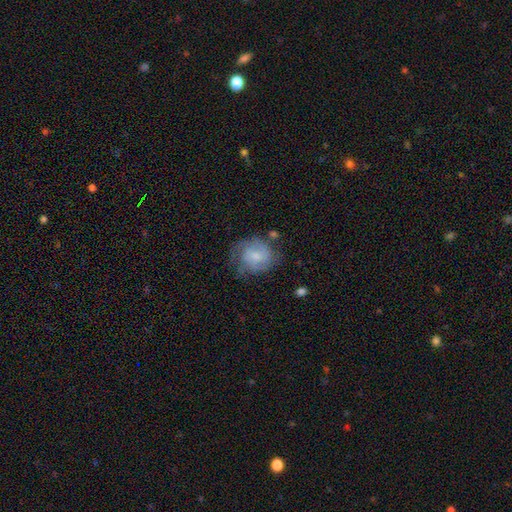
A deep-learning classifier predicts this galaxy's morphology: featured or disk 57%, smooth 36%, star or artifact 7%. Down the decision tree: edge-on disk — no (98%); bar — no (63%); spiral arms — yes (83%); bulge size — small (50%); merging — none (58%).